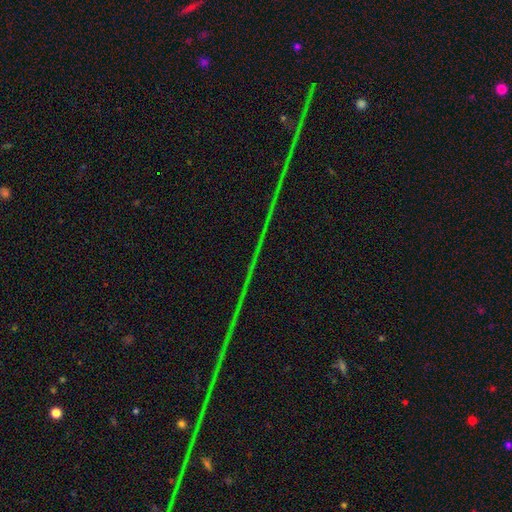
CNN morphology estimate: smooth_or_featured: star or artifact (p=0.86) [alt: featured or disk p=0.09]